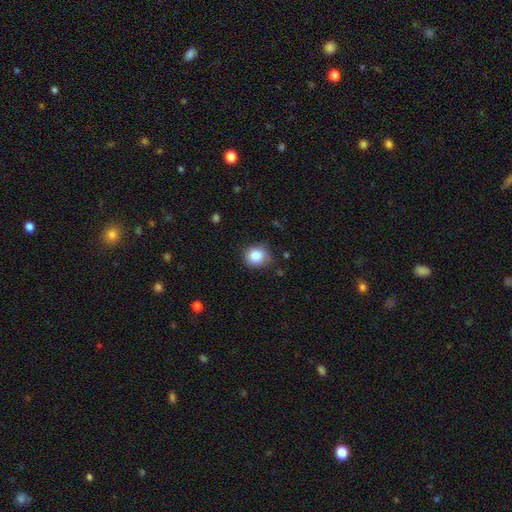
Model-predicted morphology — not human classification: The model was most divided on "merging": none: 74%, minor disturbance: 20%, major disturbance: 4%, merger: 2%. More confident: smooth or featured — smooth (85%); how rounded — round (81%).